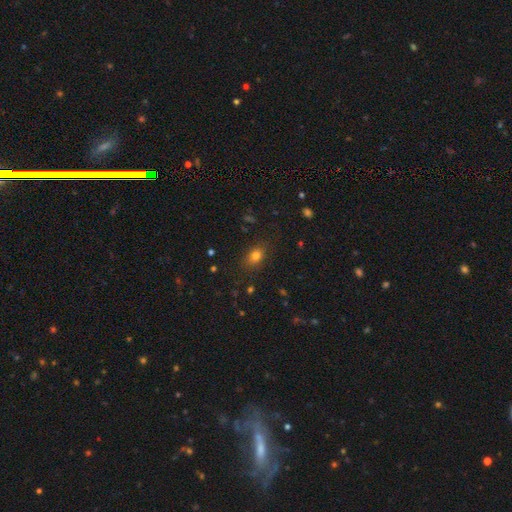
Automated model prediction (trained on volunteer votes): Smooth or featured?
  - smooth: 77% *
  - star or artifact: 14%
  - featured or disk: 9%
How rounded?
  - in between: 66% *
  - round: 32%
  - cigar-shaped: 2%
Merging?
  - none: 83% *
  - minor disturbance: 12%
  - major disturbance: 4%
  - merger: 1%